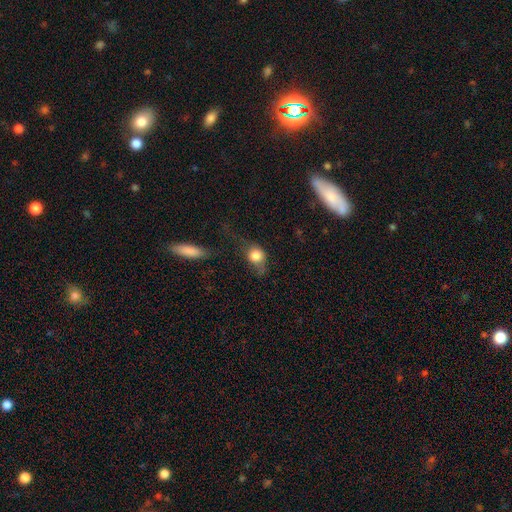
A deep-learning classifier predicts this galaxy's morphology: smooth_or_featured: smooth (p=0.77) [alt: featured or disk p=0.14]
how_rounded: round (p=0.61) [alt: in between p=0.36]
merging: major disturbance (p=0.36) [alt: none p=0.31]